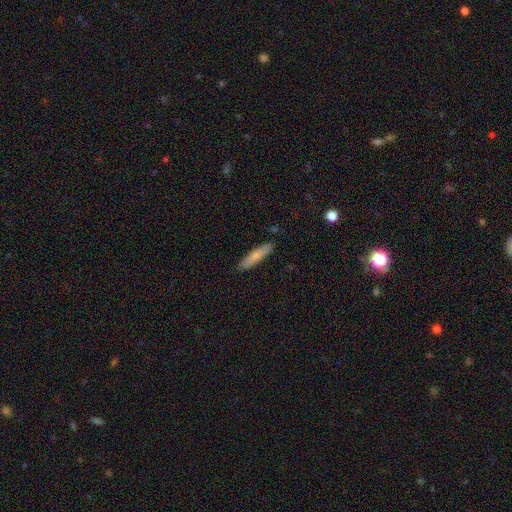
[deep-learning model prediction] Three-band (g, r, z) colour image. It shows a smooth galaxy with no disk features (74%) that is cigar-shaped (85%). Merging: none (88%).